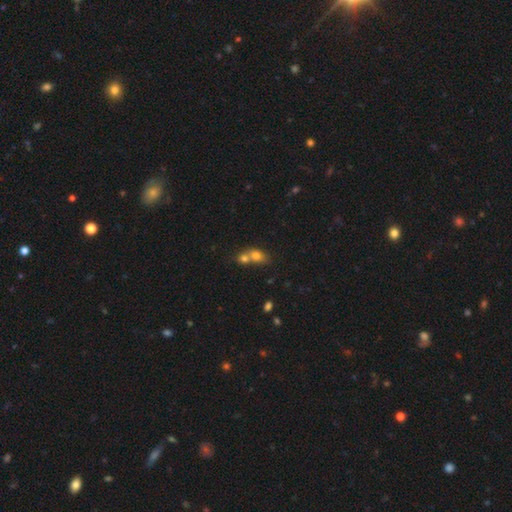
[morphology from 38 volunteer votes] This appears to be a smooth galaxy with no disk features (79%) that is in between round and cigar-shaped (63%). Merging: merger (66%).